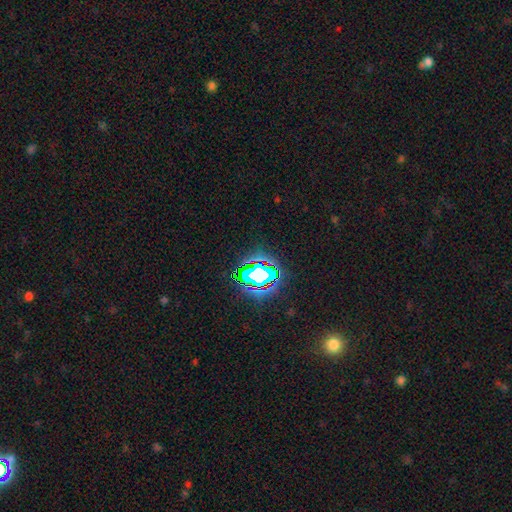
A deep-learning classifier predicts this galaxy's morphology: Q: Smooth or featured?
A: star or artifact (76%); runner-up: smooth (16%)